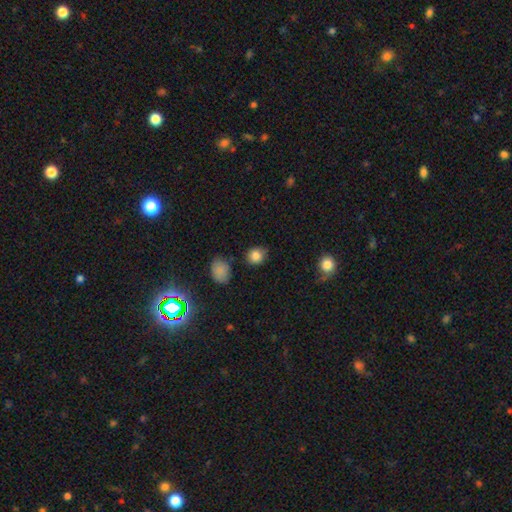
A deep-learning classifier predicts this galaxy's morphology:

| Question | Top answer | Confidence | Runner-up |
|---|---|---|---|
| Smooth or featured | smooth | 84% | star or artifact (10%) |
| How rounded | round | 78% | in between (21%) |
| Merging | none | 81% | minor disturbance (13%) |